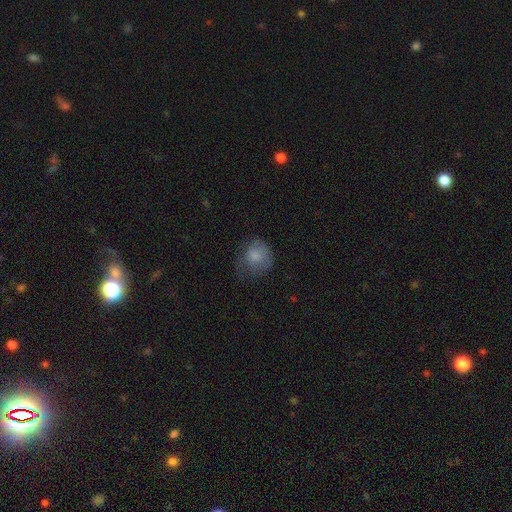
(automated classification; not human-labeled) Smooth or featured?
  - smooth: 76% *
  - featured or disk: 14%
  - star or artifact: 9%
How rounded?
  - round: 72% *
  - in between: 27%
  - cigar-shaped: 1%
Merging?
  - none: 41% *
  - minor disturbance: 31%
  - major disturbance: 26%
  - merger: 2%